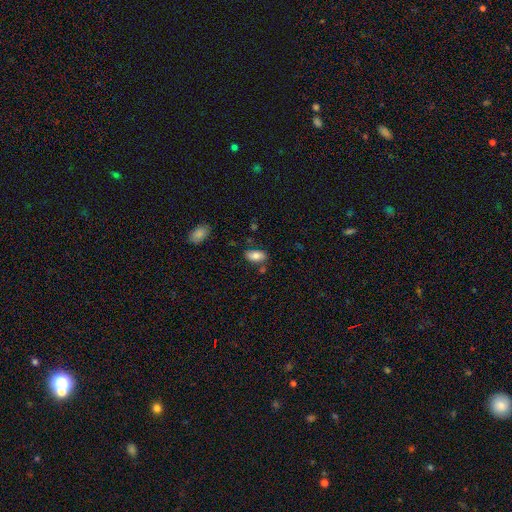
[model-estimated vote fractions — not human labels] This appears to be a smooth galaxy with no disk features (82%) that is in between round and cigar-shaped (93%). Merging: none (75%).